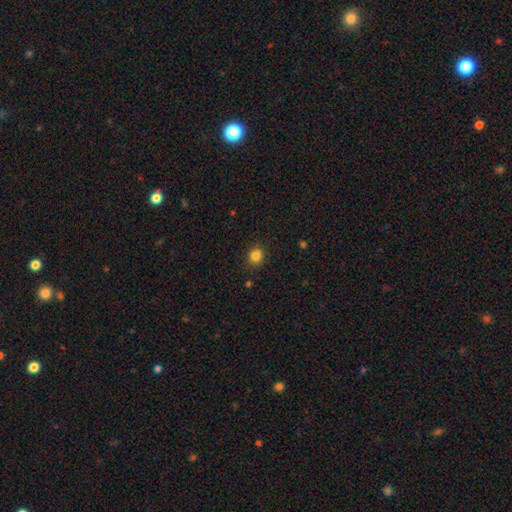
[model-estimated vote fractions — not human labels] This appears to be a smooth galaxy with no disk features (84%) that is round (80%). Merging: none (88%).